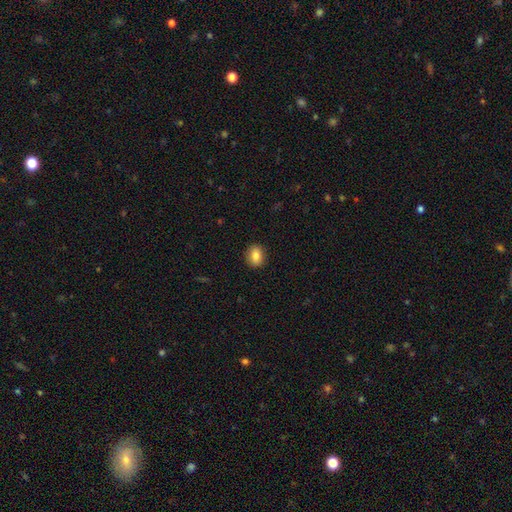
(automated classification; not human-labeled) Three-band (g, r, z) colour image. It shows a smooth galaxy with no disk features (83%) that is in between round and cigar-shaped (51%). Merging: none (90%).